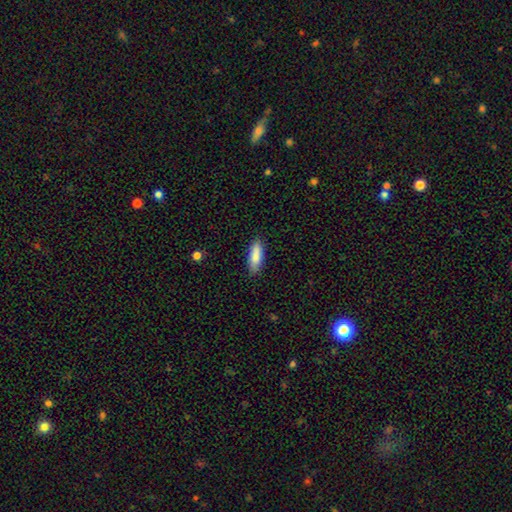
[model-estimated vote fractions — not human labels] Smooth or featured? Predicted: smooth (p=0.84). How rounded? Predicted: in between (p=0.55). Merging? Predicted: none (p=0.87).